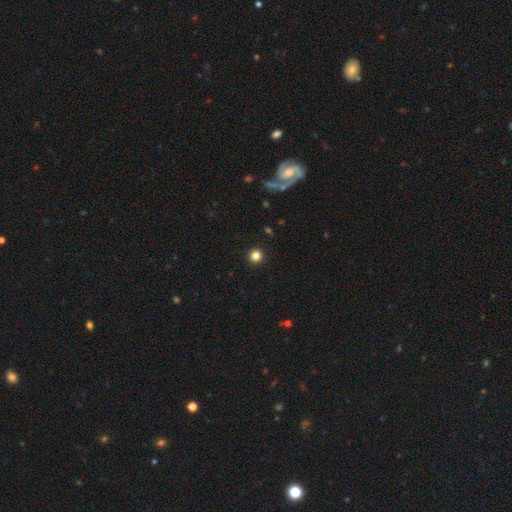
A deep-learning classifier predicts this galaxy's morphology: A smooth galaxy with no disk features (83%) that is round (95%).

Vote fractions:
- Smooth or featured? smooth: 83% / star or artifact: 12% / featured or disk: 4%
- How rounded? round: 95% / in between: 4% / cigar-shaped: 1%
- Merging? none: 94% / minor disturbance: 4% / major disturbance: 1% / merger: 1%